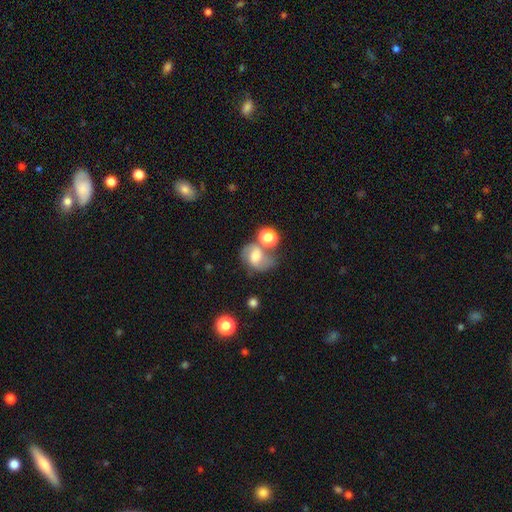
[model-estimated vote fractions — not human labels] Overall: smooth (44%, tied with featured or disk). Merging: none (40%; merger 26%).